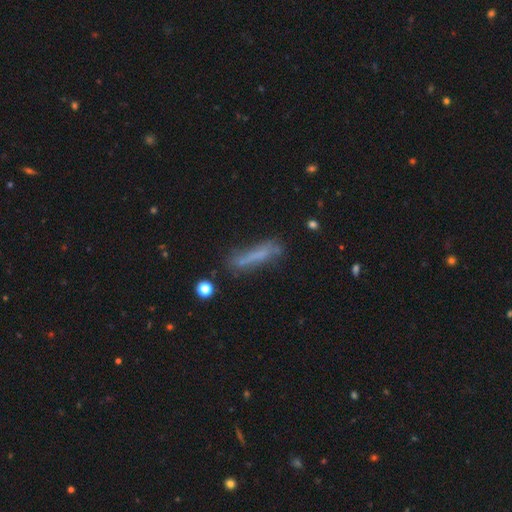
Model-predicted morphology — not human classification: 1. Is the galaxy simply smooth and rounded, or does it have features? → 58% smooth, 31% featured or disk, 11% star or artifact.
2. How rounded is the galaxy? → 87% cigar-shaped, 11% in between, 2% round.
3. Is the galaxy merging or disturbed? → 64% none, 22% minor disturbance, 9% major disturbance, 5% merger.